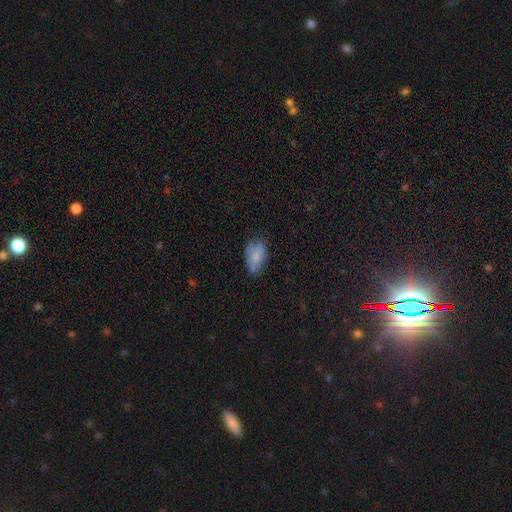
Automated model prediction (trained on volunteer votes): A smooth galaxy with no disk features (73%) that is in between round and cigar-shaped (91%). Merging: none (58%).